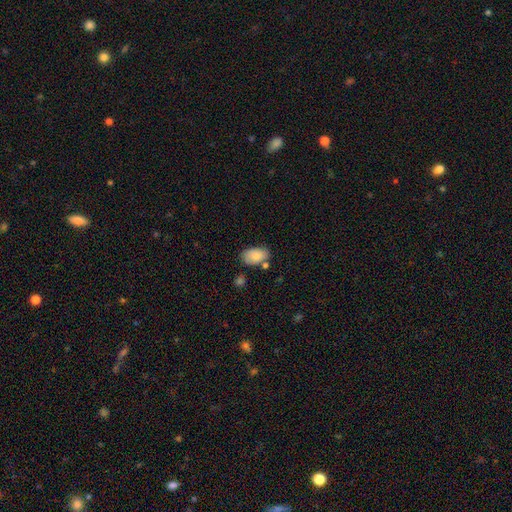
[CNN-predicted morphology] type=smooth (84%); roundness=in between (92%); merging=none (66%).